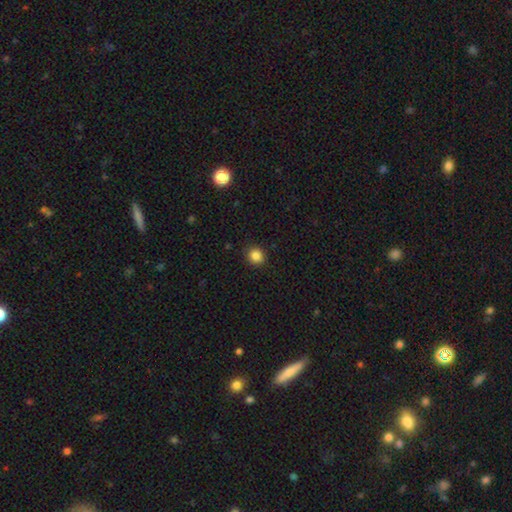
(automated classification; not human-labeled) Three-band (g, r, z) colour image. It shows a smooth galaxy with no disk features (85%) that is round (88%). Merging: none (91%).